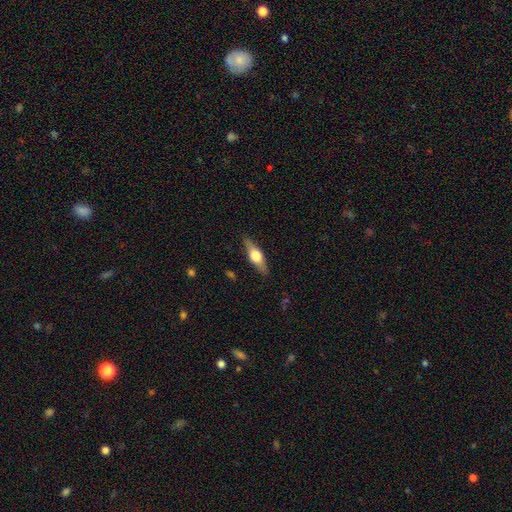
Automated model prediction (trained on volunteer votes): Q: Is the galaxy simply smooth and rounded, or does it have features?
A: featured or disk — 54%.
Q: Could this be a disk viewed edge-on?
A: yes — 94%.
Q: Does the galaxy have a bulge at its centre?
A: rounded — 93%.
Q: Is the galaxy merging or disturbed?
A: none — 86%.